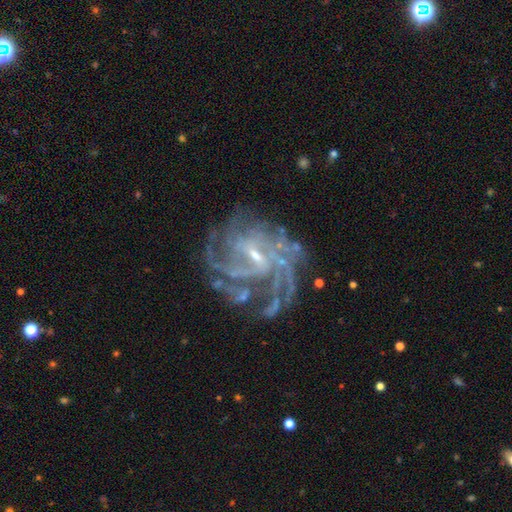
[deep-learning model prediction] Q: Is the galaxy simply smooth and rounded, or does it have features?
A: featured or disk — 87%.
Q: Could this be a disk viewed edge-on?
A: no — 98%.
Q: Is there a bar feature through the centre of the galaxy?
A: weak — 53%.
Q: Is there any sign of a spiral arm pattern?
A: yes — 96%.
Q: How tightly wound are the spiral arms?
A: tight — 51%.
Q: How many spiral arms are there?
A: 4 — 28%.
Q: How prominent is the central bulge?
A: small — 71%.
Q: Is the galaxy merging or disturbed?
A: none — 64%.